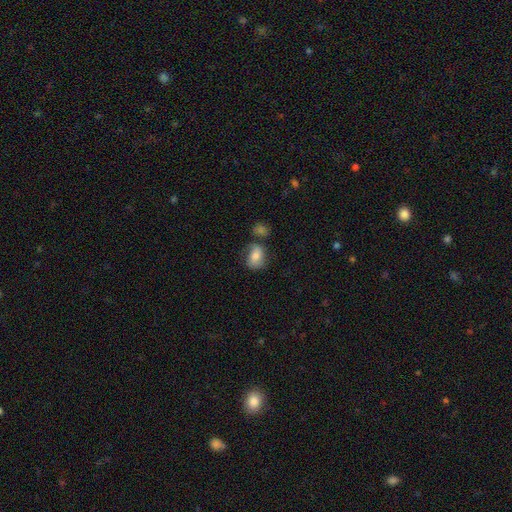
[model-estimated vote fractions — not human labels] smooth_or_featured: smooth (p=0.67) [alt: featured or disk p=0.25]
how_rounded: in between (p=0.68) [alt: round p=0.31]
merging: none (p=0.49) [alt: minor disturbance p=0.23]